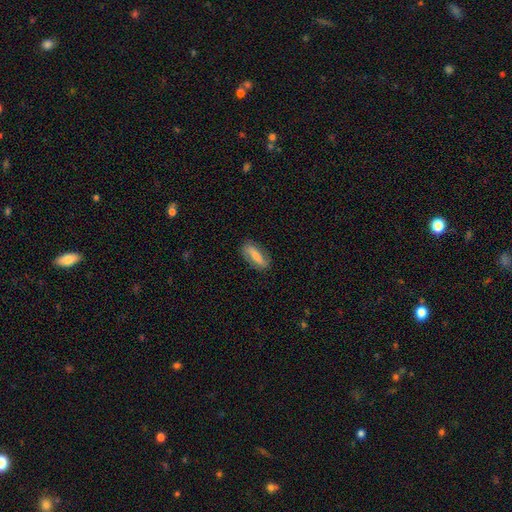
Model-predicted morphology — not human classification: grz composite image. It shows a smooth galaxy with no disk features (54%) that is in between round and cigar-shaped (60%). Merging: none (81%).